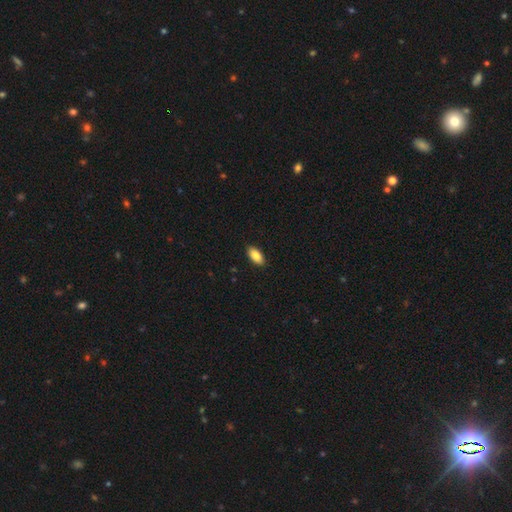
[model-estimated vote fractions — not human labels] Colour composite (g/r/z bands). It shows a smooth galaxy with no disk features (88%) that is in between round and cigar-shaped (93%). Merging: none (90%).